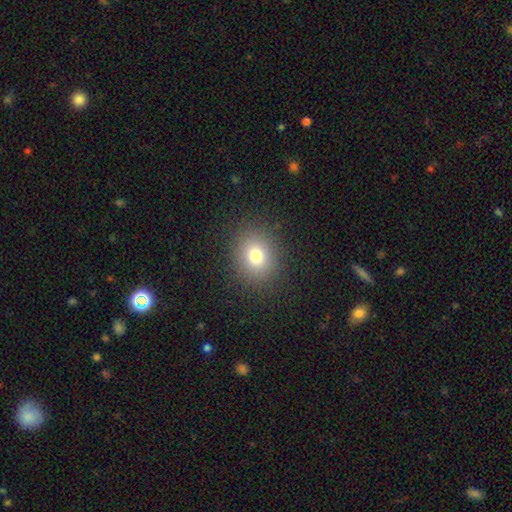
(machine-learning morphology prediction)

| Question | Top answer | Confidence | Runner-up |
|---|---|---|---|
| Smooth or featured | smooth | 76% | star or artifact (15%) |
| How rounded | round | 72% | in between (27%) |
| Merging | none | 88% | minor disturbance (7%) |